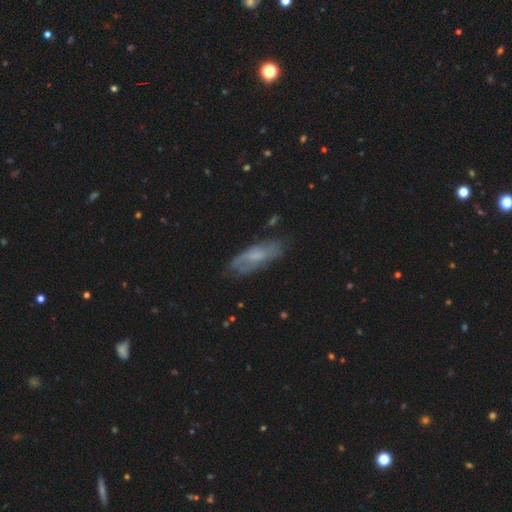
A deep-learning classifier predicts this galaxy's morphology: Smooth or featured? smooth (52%)
How rounded? in between (61%)
Merging? none (68%)